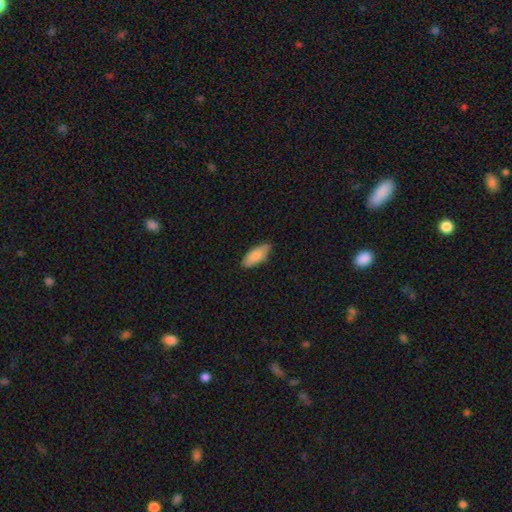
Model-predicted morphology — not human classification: Smooth or featured? Predicted: smooth (p=0.86). How rounded? Predicted: in between (p=0.80). Merging? Predicted: none (p=0.79).